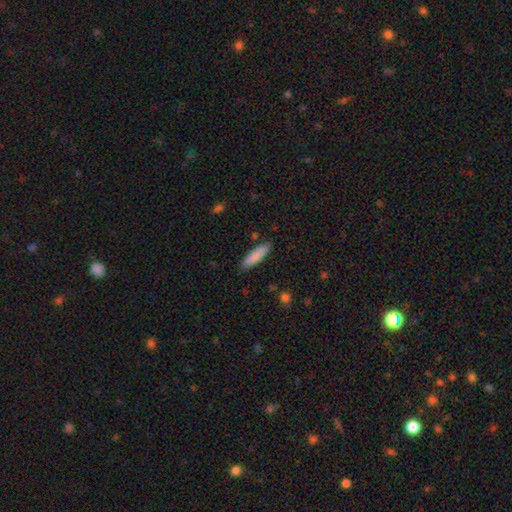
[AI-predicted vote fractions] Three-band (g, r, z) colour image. It shows a smooth galaxy with no disk features (86%) that is cigar-shaped (62%). Merging: none (86%).